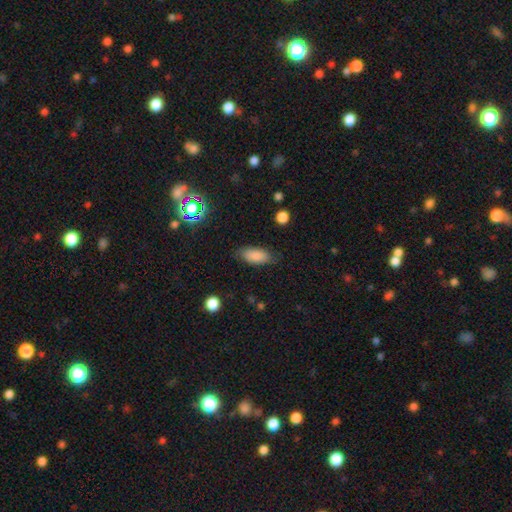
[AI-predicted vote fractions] This is clearly a smooth galaxy (85%). How rounded: clearly in between (84%). Merging: clearly none (80%).